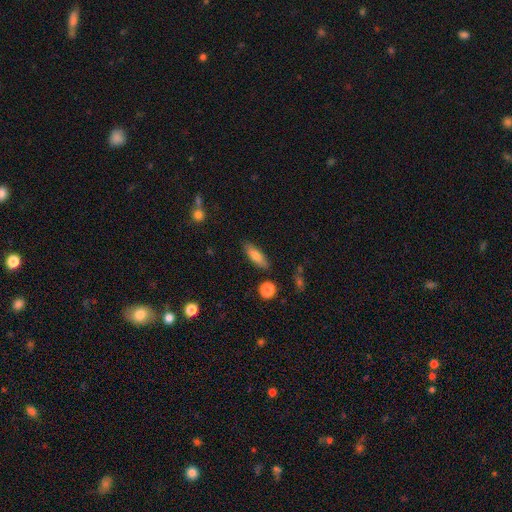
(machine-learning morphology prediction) A smooth galaxy with no disk features (75%) that is in between round and cigar-shaped (51%). Merging: none (84%).